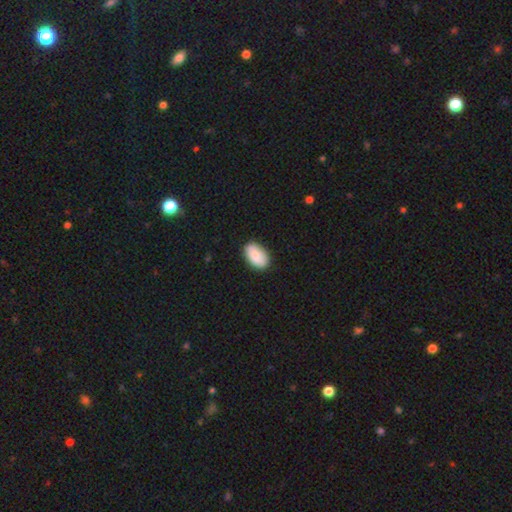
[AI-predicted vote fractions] Smooth or featured?
  - smooth: 85% *
  - featured or disk: 9%
  - star or artifact: 6%
How rounded?
  - in between: 94% *
  - round: 5%
  - cigar-shaped: 2%
Merging?
  - none: 85% *
  - minor disturbance: 12%
  - major disturbance: 2%
  - merger: 1%